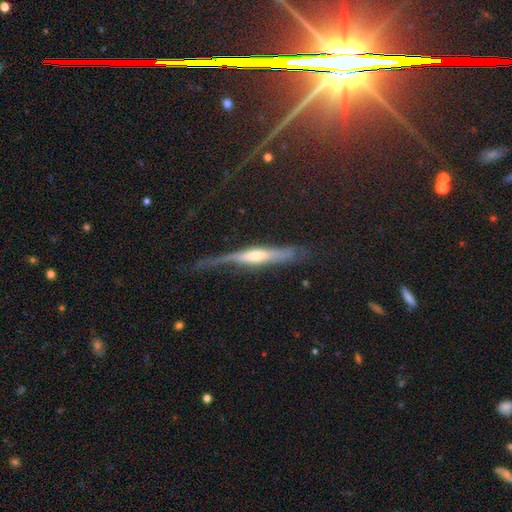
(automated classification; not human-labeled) Smooth or featured? Predicted: featured or disk (p=0.69). Edge-on disk? Predicted: yes (p=0.88). Edge-on bulge? Predicted: rounded (p=0.66). Merging? Predicted: none (p=0.49).